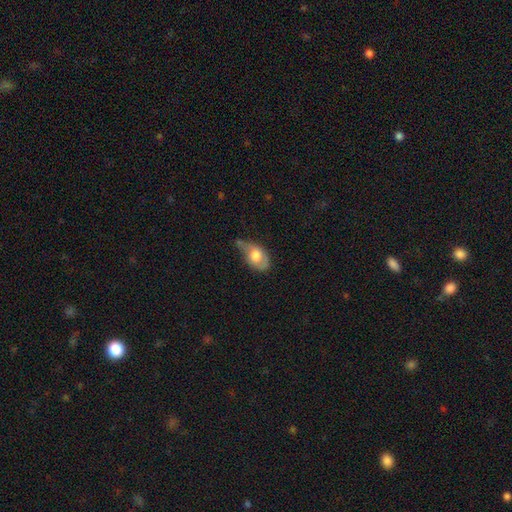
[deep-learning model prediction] Morphology: type=smooth (68%); roundness=in between (82%); merging=minor disturbance (41%).